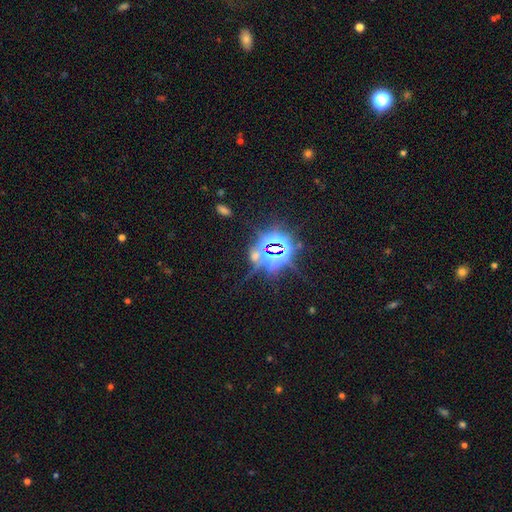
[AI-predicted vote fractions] star or artifact 77%, smooth 14%, featured or disk 9%.